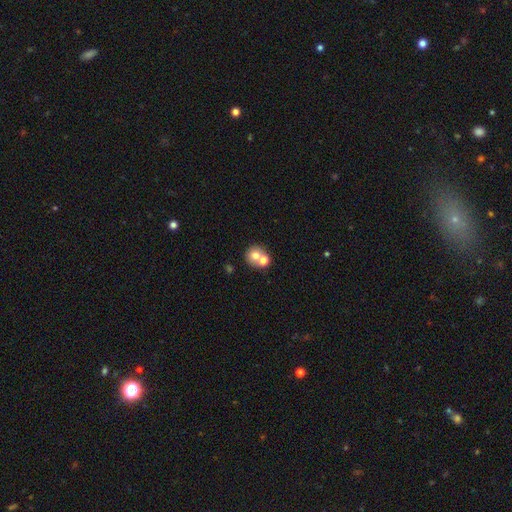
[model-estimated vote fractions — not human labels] The model was most divided on "merging": merger: 51%, none: 40%, minor disturbance: 6%, major disturbance: 3%. More confident: how rounded — round (84%); smooth or featured — smooth (69%).